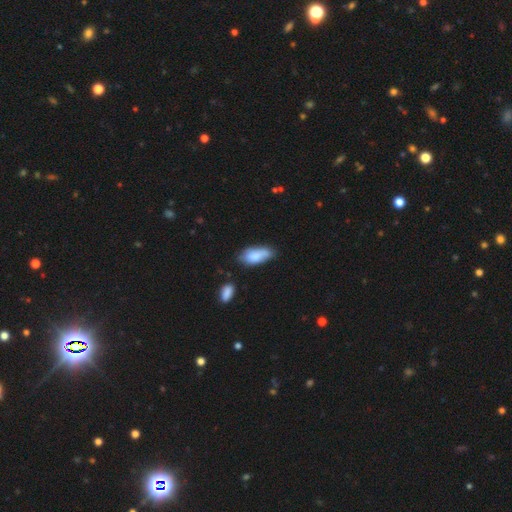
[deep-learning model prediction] smooth 79%, featured or disk 14%, star or artifact 7%. Down the decision tree: how rounded — in between (86%); merging — none (54%).